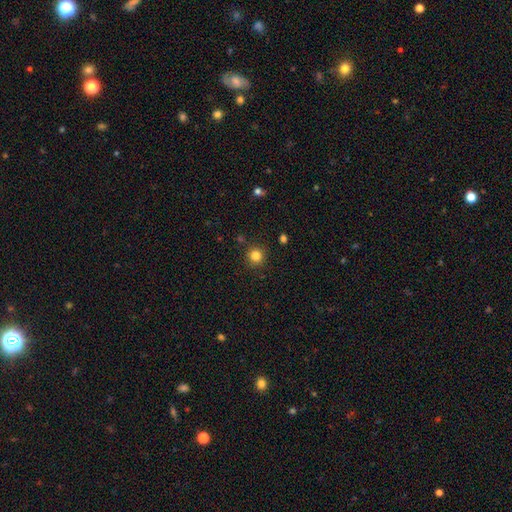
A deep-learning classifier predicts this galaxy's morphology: A smooth galaxy with no disk features (83%) that is round (94%).

Vote fractions:
- Smooth or featured? smooth: 83% / star or artifact: 12% / featured or disk: 4%
- How rounded? round: 94% / in between: 5% / cigar-shaped: 1%
- Merging? none: 89% / minor disturbance: 6% / major disturbance: 2% / merger: 2%